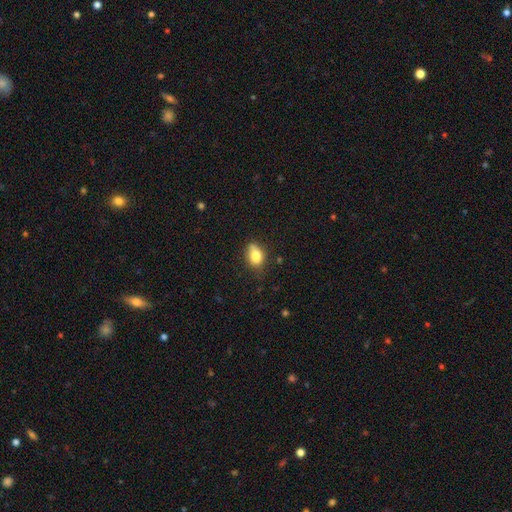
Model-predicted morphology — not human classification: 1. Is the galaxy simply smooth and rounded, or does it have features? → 80% smooth, 11% featured or disk, 9% star or artifact.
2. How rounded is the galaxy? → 73% in between, 24% round, 2% cigar-shaped.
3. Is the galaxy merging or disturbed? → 62% none, 26% minor disturbance, 6% merger, 6% major disturbance.